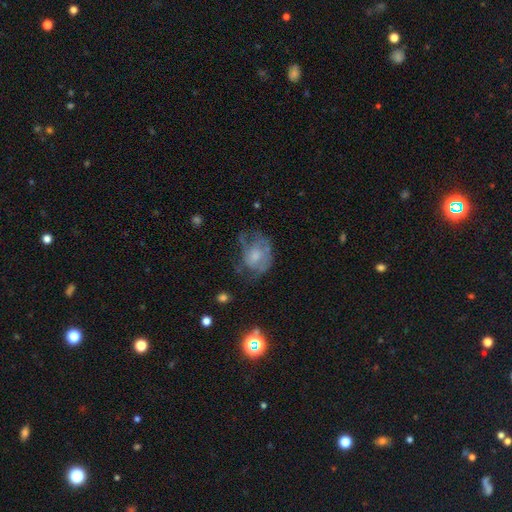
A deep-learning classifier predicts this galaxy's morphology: smooth_or_featured: featured or disk (p=0.59) [alt: smooth p=0.32]
disk_edge_on: no (p=0.97) [alt: yes p=0.03]
bar: no (p=0.75) [alt: weak p=0.22]
has_spiral_arms: yes (p=0.63) [alt: no p=0.37]
bulge_size: small (p=0.41) [alt: moderate p=0.39]
merging: none (p=0.40) [alt: major disturbance p=0.32]